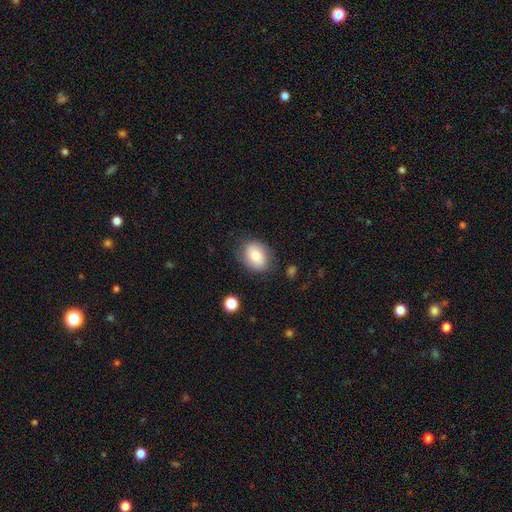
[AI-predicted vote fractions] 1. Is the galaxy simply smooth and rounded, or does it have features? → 77% smooth, 15% featured or disk, 8% star or artifact.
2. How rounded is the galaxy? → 65% in between, 34% round, 1% cigar-shaped.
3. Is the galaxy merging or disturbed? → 78% none, 16% minor disturbance, 5% major disturbance, 2% merger.